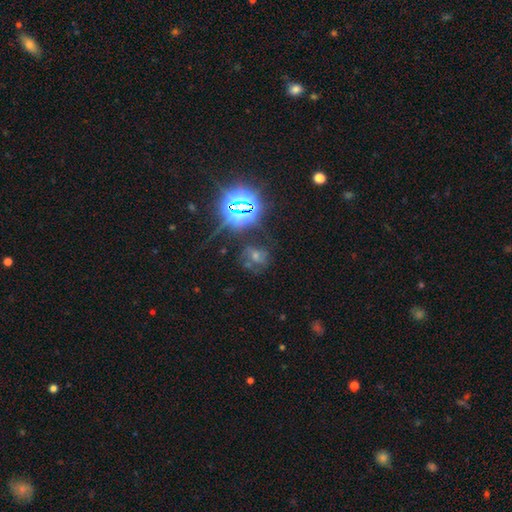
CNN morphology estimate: A star or artifact, not a galaxy (60%).